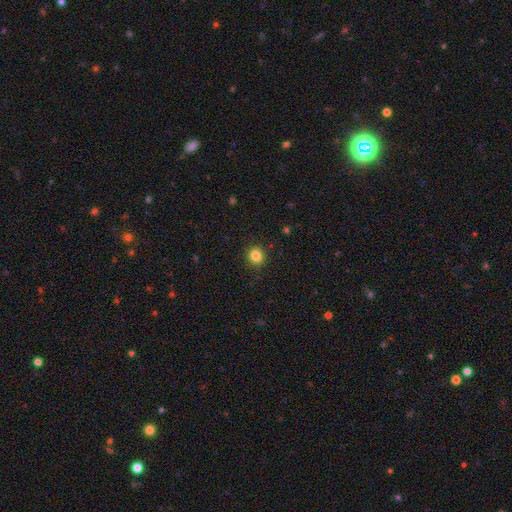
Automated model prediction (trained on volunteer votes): Overall: smooth (84%). How rounded: round (88%). Merging: none (91%).